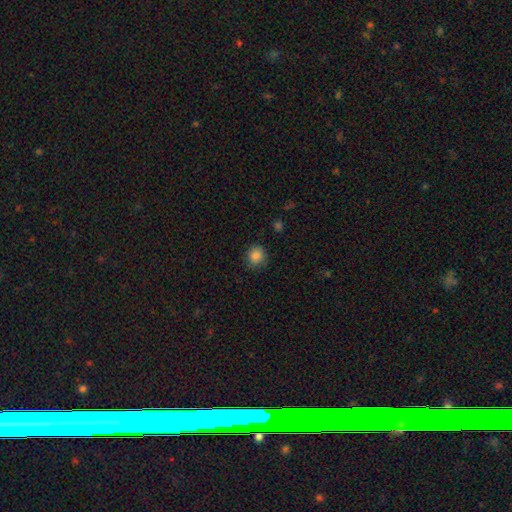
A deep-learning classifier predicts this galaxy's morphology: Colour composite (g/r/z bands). It shows a smooth galaxy with no disk features (85%) that is round (84%). Merging: none (83%).